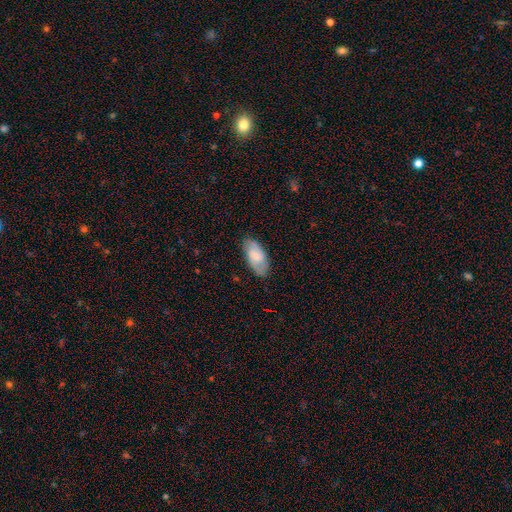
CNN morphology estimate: The model was most divided on "smooth or featured": smooth: 64%, featured or disk: 30%, star or artifact: 7%. More confident: how rounded — in between (91%); merging — none (80%).